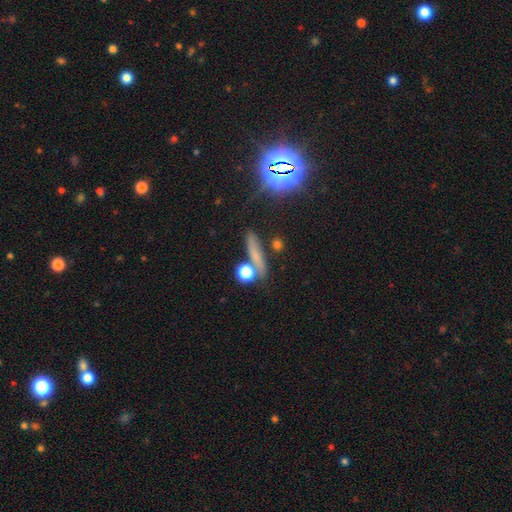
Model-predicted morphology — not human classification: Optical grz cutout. It shows a smooth galaxy with no disk features (56%) that is cigar-shaped (62%). Merging: none (67%).